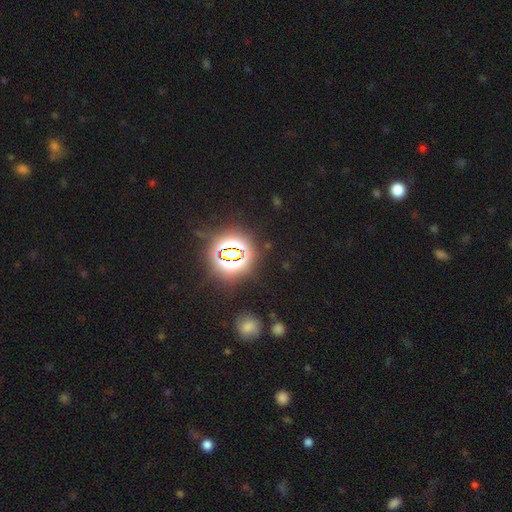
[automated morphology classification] This appears to be a star or artifact, not a galaxy (84%).